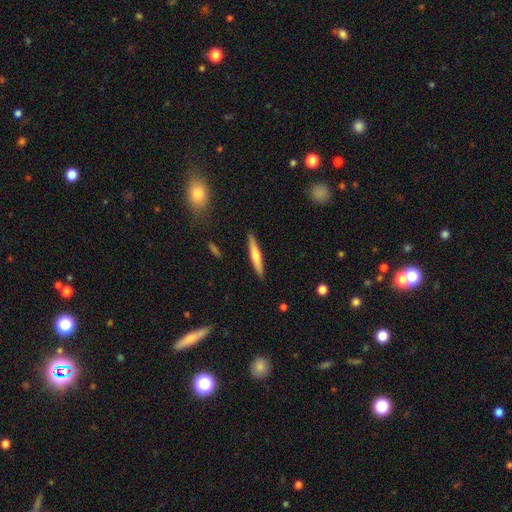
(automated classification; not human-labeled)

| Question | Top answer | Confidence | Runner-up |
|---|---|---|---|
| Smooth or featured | smooth | 62% | featured or disk (33%) |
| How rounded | cigar-shaped | 92% | in between (7%) |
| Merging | none | 90% | minor disturbance (7%) |